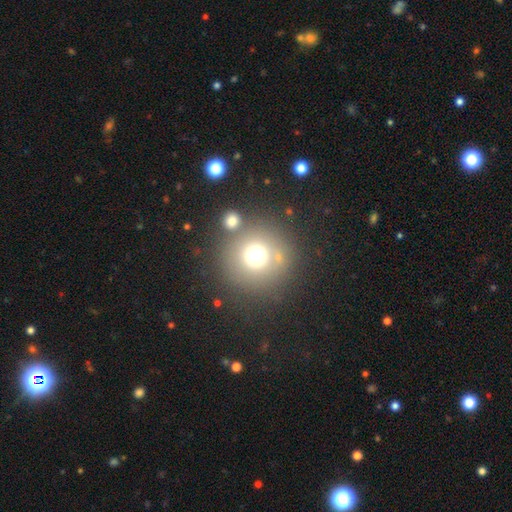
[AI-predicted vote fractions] A smooth galaxy with no disk features (70%) that is round (95%).

Vote fractions:
- Smooth or featured? smooth: 70% / star or artifact: 17% / featured or disk: 13%
- How rounded? round: 95% / in between: 4% / cigar-shaped: 1%
- Merging? none: 73% / merger: 14% / minor disturbance: 8% / major disturbance: 5%